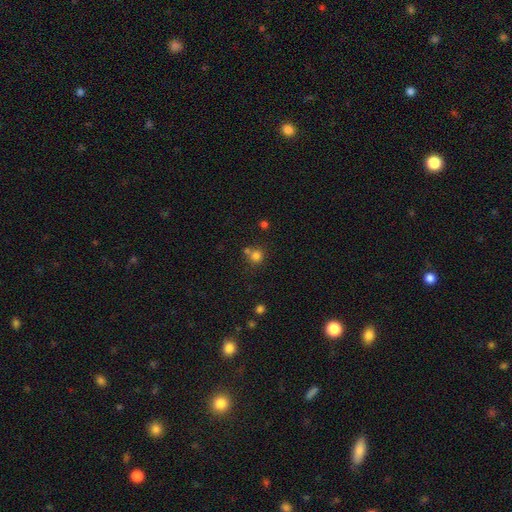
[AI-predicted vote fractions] Morphology: type=smooth (78%); roundness=round (88%); merging=none (59%).